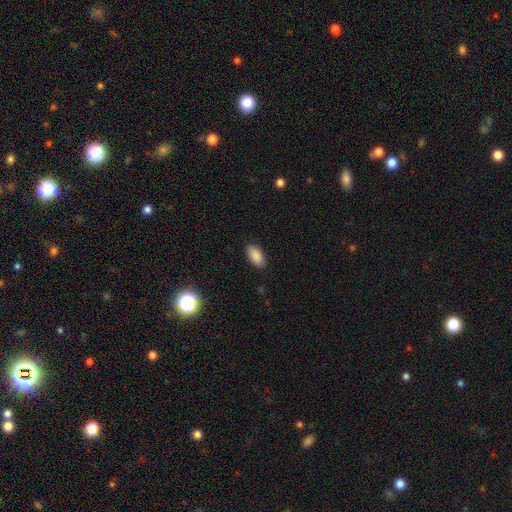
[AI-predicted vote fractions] smooth-or-featured: smooth: 88% | star or artifact: 8% | featured or disk: 4%
  how-rounded: in between: 93% | cigar-shaped: 4% | round: 3%
  merging: none: 87% | minor disturbance: 9% | major disturbance: 2% | merger: 1%